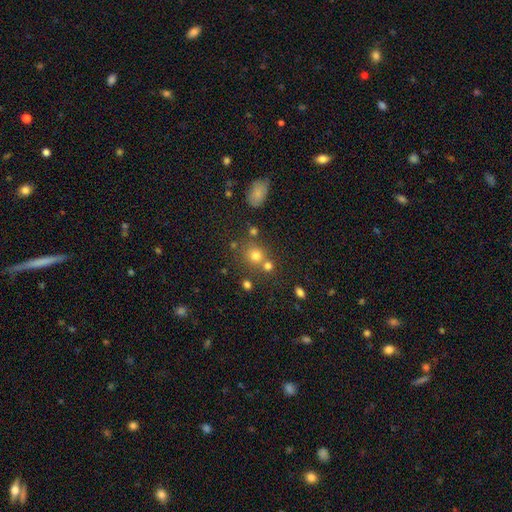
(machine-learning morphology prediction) Overall: smooth (70%). How rounded: round (82%). Merging: none (59%; merger 27%).